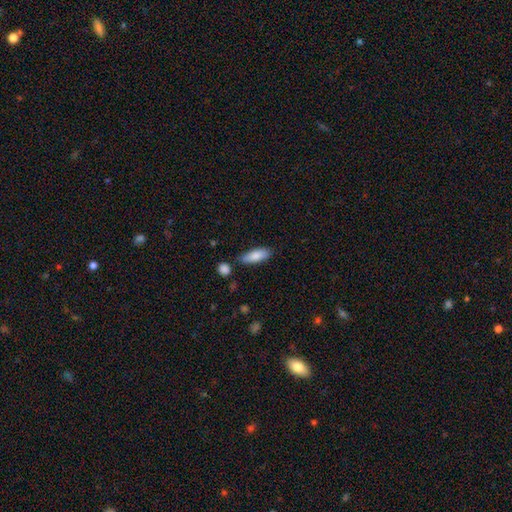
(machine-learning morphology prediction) type=smooth (84%); roundness=in between (66%); merging=none (77%).